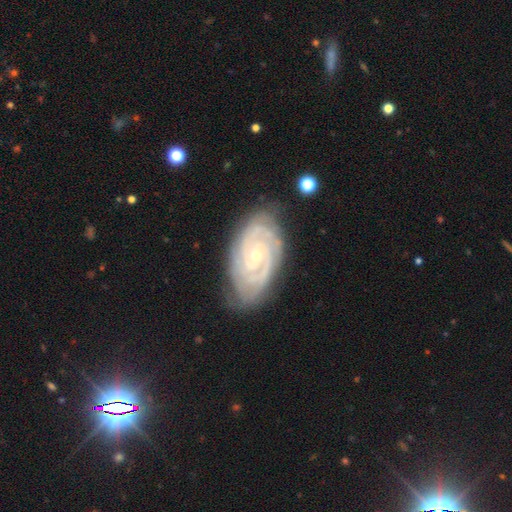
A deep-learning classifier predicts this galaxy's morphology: smooth_or_featured: featured or disk (p=0.91) [alt: star or artifact p=0.05]
disk_edge_on: no (p=0.97) [alt: yes p=0.03]
bar: no (p=0.63) [alt: weak p=0.27]
has_spiral_arms: yes (p=0.98) [alt: no p=0.02]
spiral_winding: tight (p=0.82) [alt: medium p=0.16]
spiral_arm_count: 2 (p=0.42) [alt: 3 p=0.25]
bulge_size: small (p=0.73) [alt: moderate p=0.24]
merging: none (p=0.78) [alt: minor disturbance p=0.17]